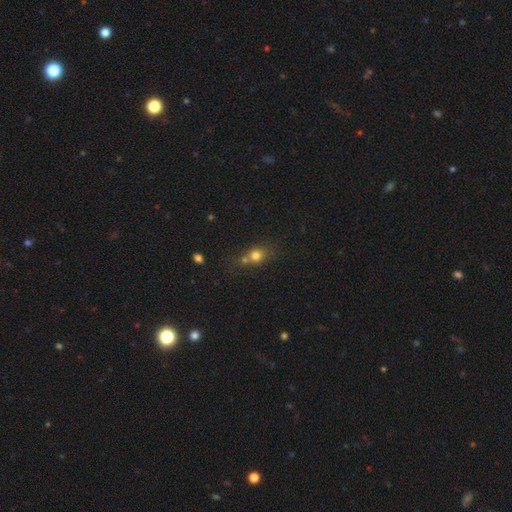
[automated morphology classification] Q: Smooth or featured?
A: smooth (75%); runner-up: star or artifact (13%)
Q: How rounded?
A: round (63%); runner-up: in between (34%)
Q: Merging?
A: none (44%); runner-up: merger (37%)